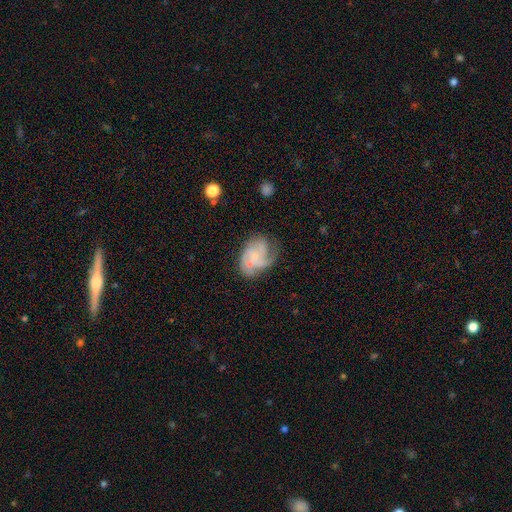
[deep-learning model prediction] Smooth or featured: featured or disk — 68% (smooth — 24%)
Edge-on disk: no — 98% (yes — 2%)
Bar: no — 77% (weak — 20%)
Spiral arms: yes — 84% (no — 16%)
Spiral winding: medium — 43% (tight — 32%)
Spiral arm count: 3 — 39% (can't tell — 24%)
Bulge size: small — 70% (moderate — 16%)
Merging: none — 45% (minor disturbance — 27%)